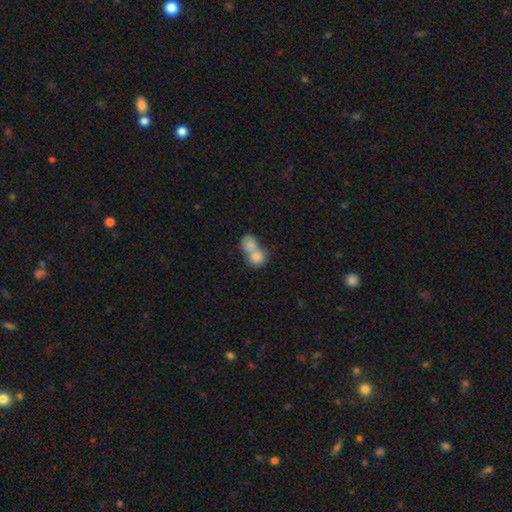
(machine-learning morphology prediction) Smooth or featured? smooth (79%)
How rounded? round (62%)
Merging? merger (71%)